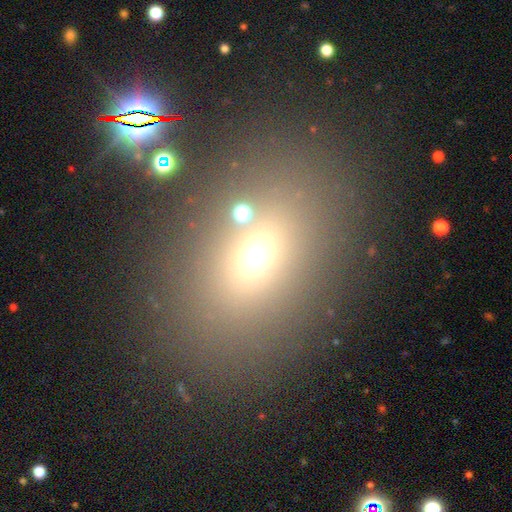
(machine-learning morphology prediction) smooth-or-featured: smooth: 61% | star or artifact: 25% | featured or disk: 13%
  how-rounded: in between: 66% | round: 32% | cigar-shaped: 2%
  merging: none: 76% | minor disturbance: 10% | merger: 7% | major disturbance: 6%